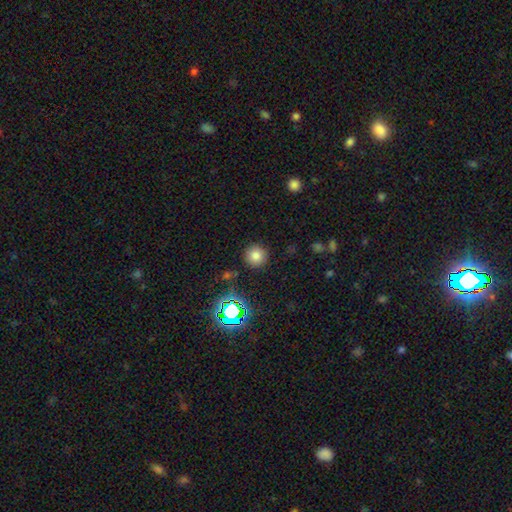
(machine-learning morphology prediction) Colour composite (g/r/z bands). It shows a smooth galaxy with no disk features (76%) that is round (95%). Merging: none (88%).